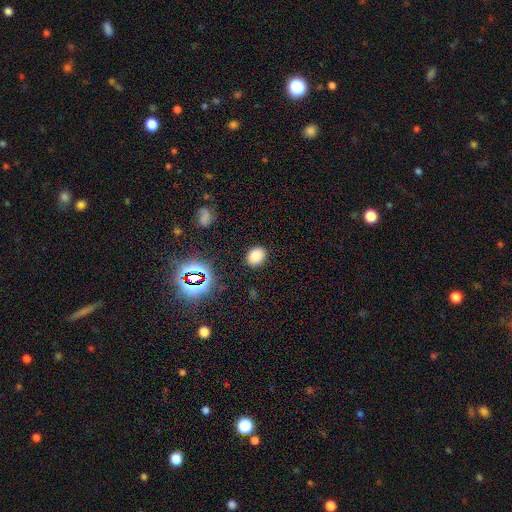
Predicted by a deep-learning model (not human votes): Q: Smooth or featured?
A: smooth (78%); runner-up: star or artifact (16%)
Q: How rounded?
A: in between (55%); runner-up: round (44%)
Q: Merging?
A: none (86%); runner-up: minor disturbance (9%)